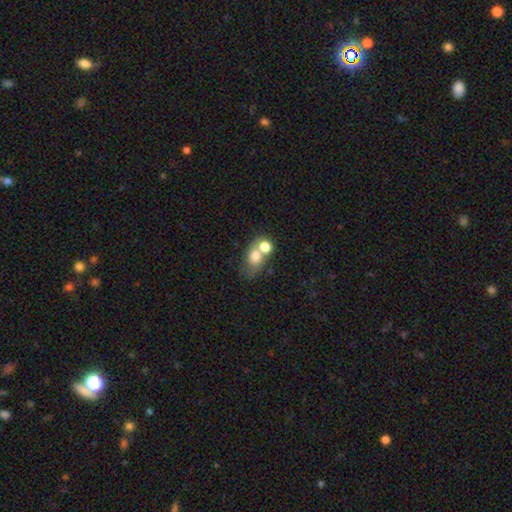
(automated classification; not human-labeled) This appears to be a smooth galaxy with no disk features (69%) that is in between round and cigar-shaped (52%). Merging: merger (56%).